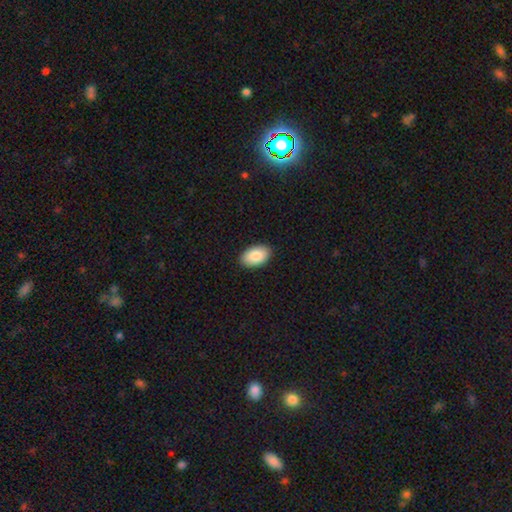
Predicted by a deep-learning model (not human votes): Smooth or featured? Predicted: smooth (p=0.87). How rounded? Predicted: in between (p=0.94). Merging? Predicted: none (p=0.90).